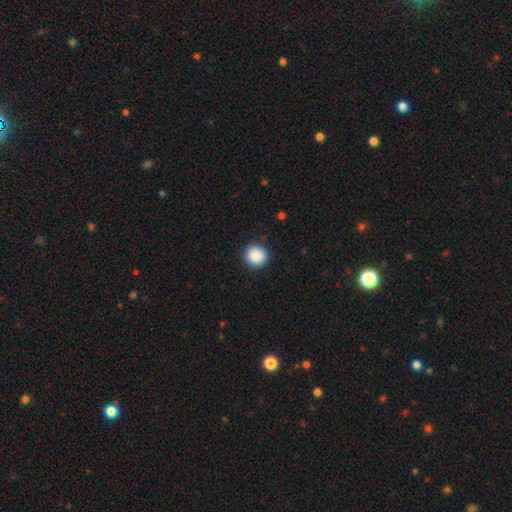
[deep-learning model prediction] smooth 89%, star or artifact 9%, featured or disk 3%. Down the decision tree: how rounded — round (92%); merging — none (89%).